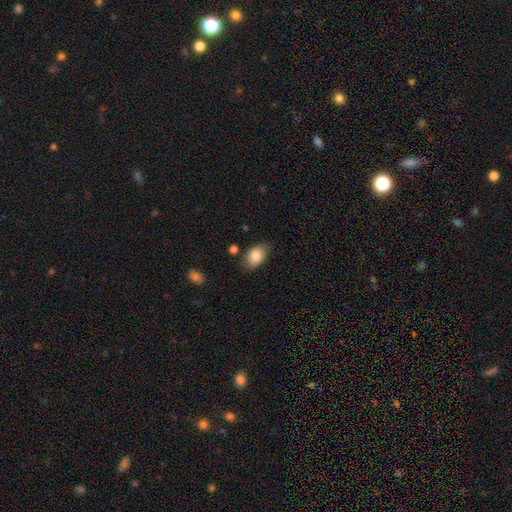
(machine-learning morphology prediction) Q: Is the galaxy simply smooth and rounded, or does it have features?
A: smooth — 83%.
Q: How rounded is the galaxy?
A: in between — 89%.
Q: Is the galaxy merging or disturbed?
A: none — 75%.